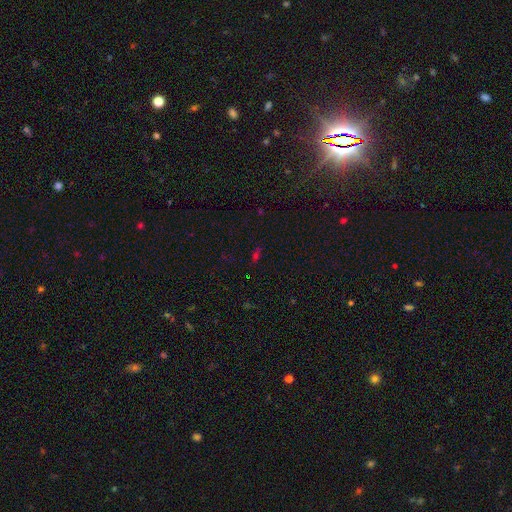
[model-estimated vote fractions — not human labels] This appears to be a star or artifact, not a galaxy (45%).